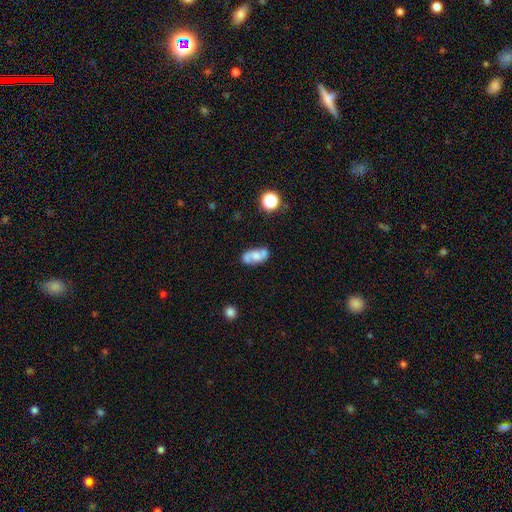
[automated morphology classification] Smooth or featured: featured or disk — 48% (smooth — 42%)
Merging: none — 60% (minor disturbance — 21%)